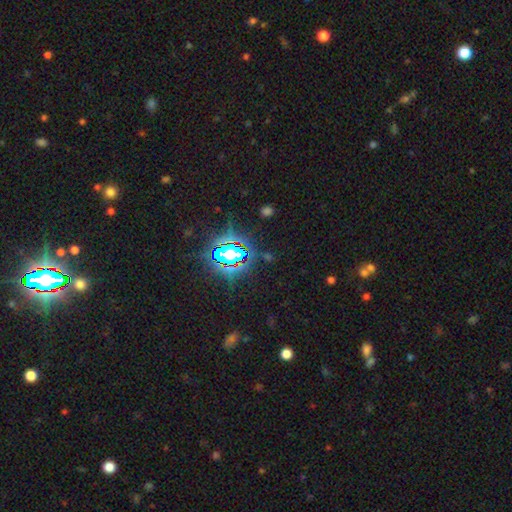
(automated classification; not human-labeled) smooth_or_featured: star or artifact (p=0.80) [alt: smooth p=0.13]